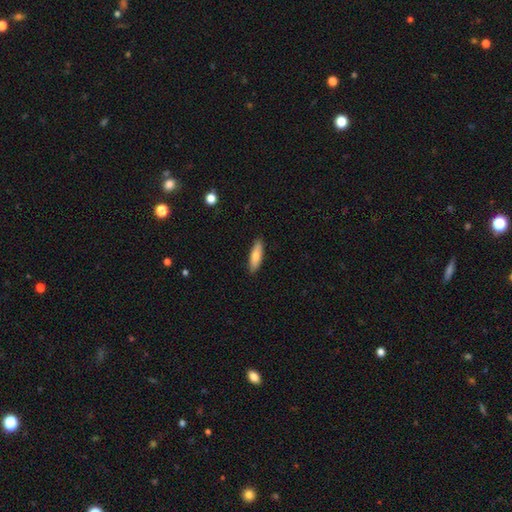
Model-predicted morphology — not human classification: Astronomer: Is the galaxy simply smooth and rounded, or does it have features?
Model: smooth — 76%.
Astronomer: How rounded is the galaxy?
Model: cigar-shaped — 57% (runner-up: in between, 41%).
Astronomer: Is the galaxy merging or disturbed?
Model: none — 89%.